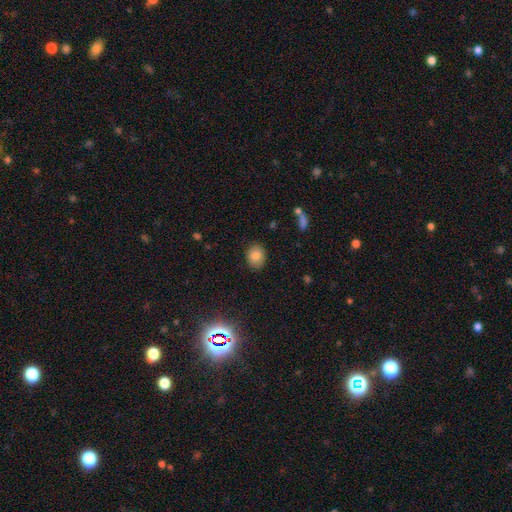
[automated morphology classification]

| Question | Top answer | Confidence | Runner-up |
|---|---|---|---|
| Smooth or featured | smooth | 83% | star or artifact (10%) |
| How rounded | round | 53% | in between (46%) |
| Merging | none | 86% | minor disturbance (10%) |